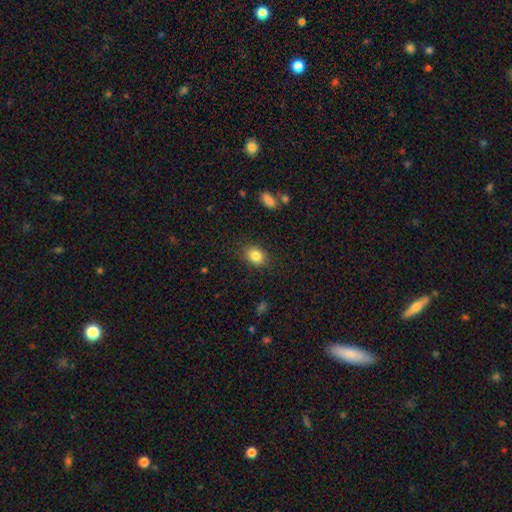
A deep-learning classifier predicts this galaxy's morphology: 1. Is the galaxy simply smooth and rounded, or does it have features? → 84% smooth, 9% star or artifact, 7% featured or disk.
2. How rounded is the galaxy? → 59% in between, 39% round, 1% cigar-shaped.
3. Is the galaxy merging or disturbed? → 85% none, 11% minor disturbance, 3% major disturbance, 1% merger.